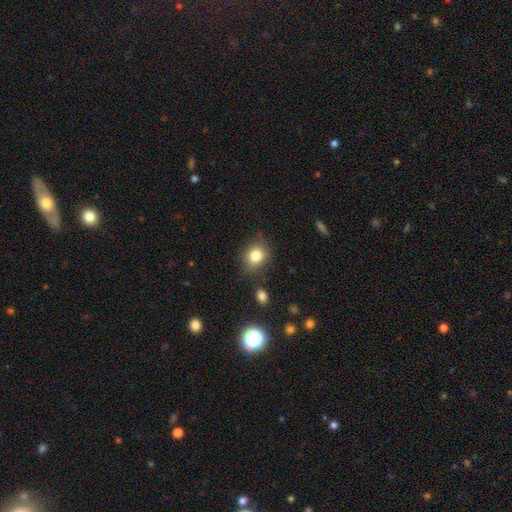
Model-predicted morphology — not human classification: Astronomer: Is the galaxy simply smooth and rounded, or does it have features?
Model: smooth — 82%.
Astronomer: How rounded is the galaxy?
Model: round — 59% (runner-up: in between, 40%).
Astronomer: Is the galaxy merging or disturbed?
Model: none — 78%.